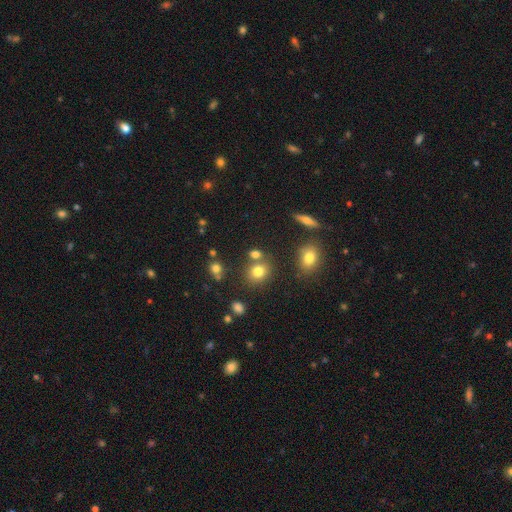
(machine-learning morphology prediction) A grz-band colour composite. It shows a smooth galaxy with no disk features (68%) that is round (71%). Merging: none (73%).